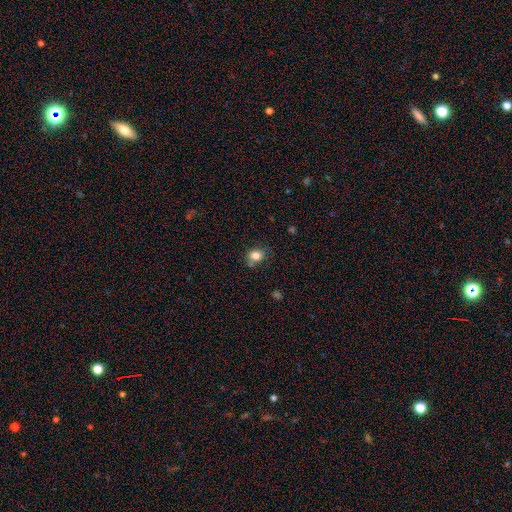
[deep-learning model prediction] This is clearly a smooth galaxy (82%). How rounded: possibly round (56%). Merging: likely none (67%).